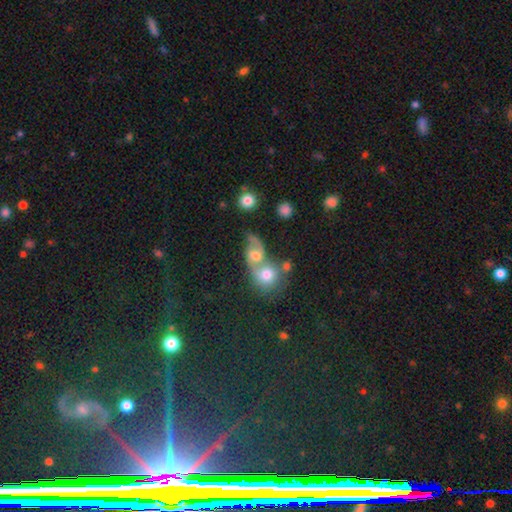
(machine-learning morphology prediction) smooth 50%, star or artifact 31%, featured or disk 19%. Down the decision tree: merging — merger (52%).